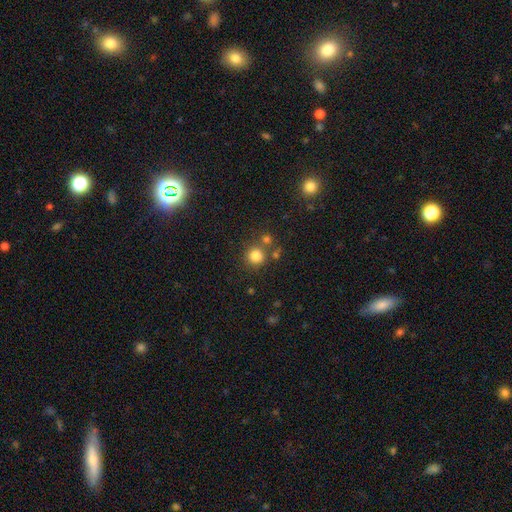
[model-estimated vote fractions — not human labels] The model was most divided on "merging": none: 75%, merger: 13%, minor disturbance: 8%, major disturbance: 4%. More confident: how rounded — round (93%); smooth or featured — smooth (82%).